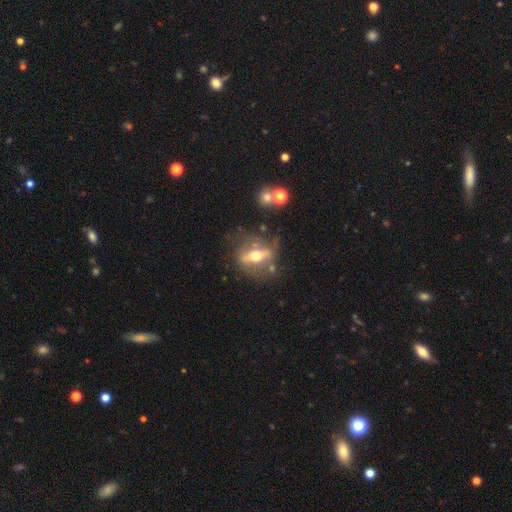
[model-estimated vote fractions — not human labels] Smooth or featured?
  - featured or disk: 70% *
  - smooth: 22%
  - star or artifact: 8%
Edge-on disk?
  - yes: 55% *
  - no: 45%
Merging?
  - none: 61% *
  - minor disturbance: 17%
  - major disturbance: 14%
  - merger: 7%